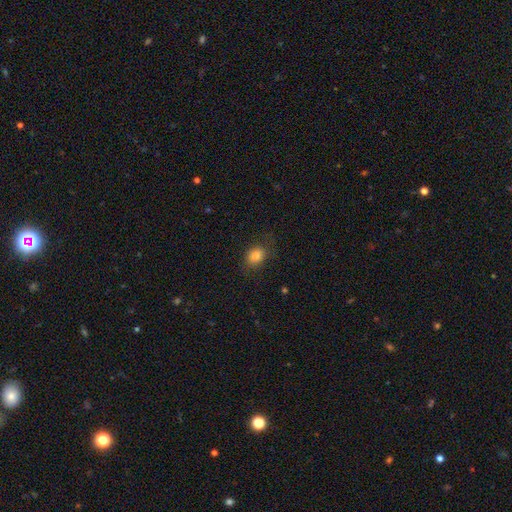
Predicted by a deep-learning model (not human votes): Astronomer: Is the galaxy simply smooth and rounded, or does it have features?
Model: smooth — 82%.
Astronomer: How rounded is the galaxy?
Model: in between — 53% (runner-up: round, 46%).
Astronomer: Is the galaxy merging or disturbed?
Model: none — 75%.